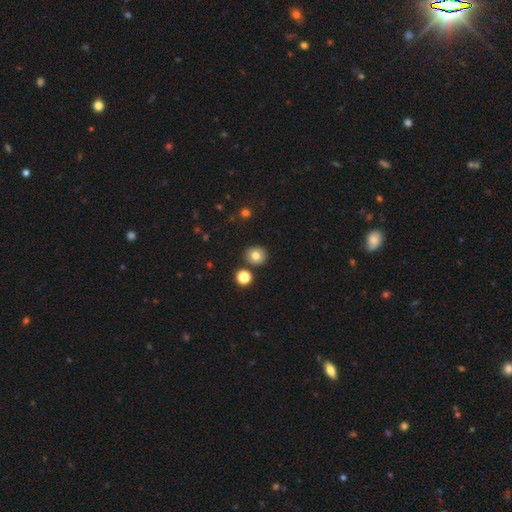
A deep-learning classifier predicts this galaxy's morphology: smooth 78%, star or artifact 12%, featured or disk 10%. Down the decision tree: how rounded — round (84%); merging — none (85%).